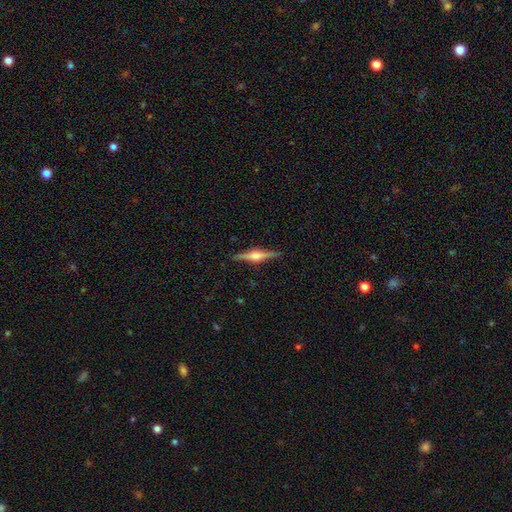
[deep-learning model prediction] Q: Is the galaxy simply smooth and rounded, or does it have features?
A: featured or disk — 81%.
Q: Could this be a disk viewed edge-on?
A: yes — 98%.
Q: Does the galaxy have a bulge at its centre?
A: rounded — 89%.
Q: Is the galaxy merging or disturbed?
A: none — 91%.